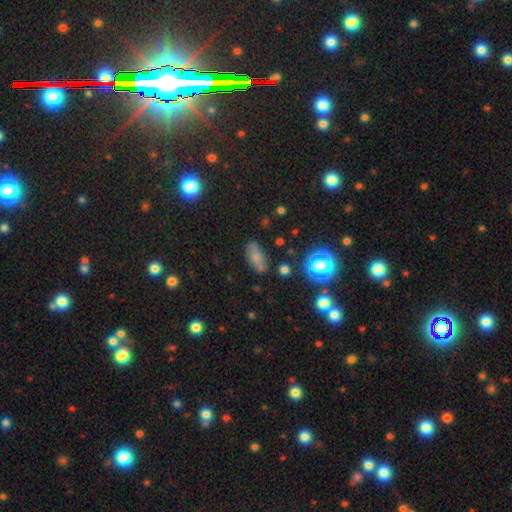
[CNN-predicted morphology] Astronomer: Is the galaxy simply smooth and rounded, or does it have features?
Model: smooth — 71%.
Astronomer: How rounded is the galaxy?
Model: in between — 86%.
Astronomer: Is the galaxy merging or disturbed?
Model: none — 67%.